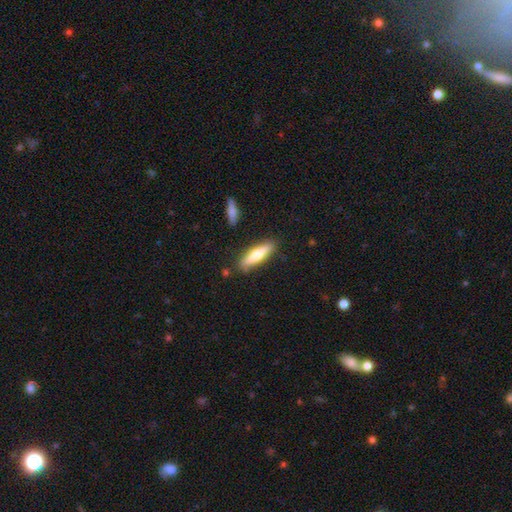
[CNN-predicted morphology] A smooth galaxy with no disk features (68%) that is cigar-shaped (69%). Merging: none (83%).